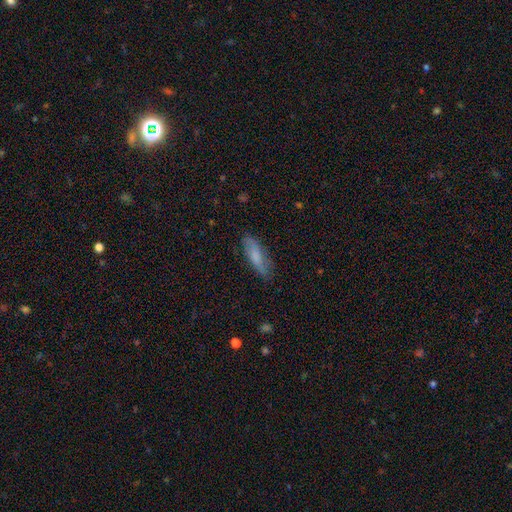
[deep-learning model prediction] Overall: smooth (70%). How rounded: cigar-shaped (53%; in between 45%). Merging: none (79%).